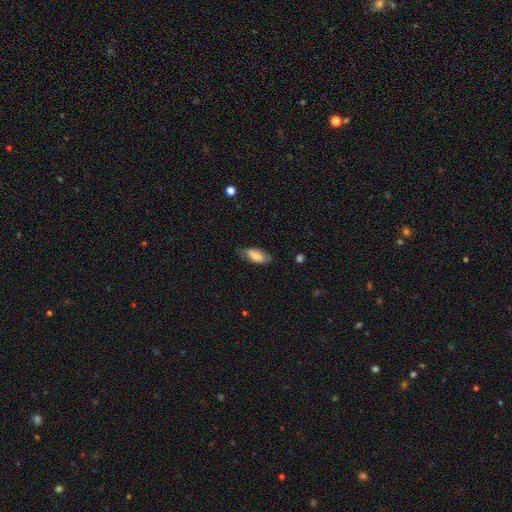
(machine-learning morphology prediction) This is likely a smooth galaxy (73%). How rounded: clearly in between (87%). Merging: likely none (68%).